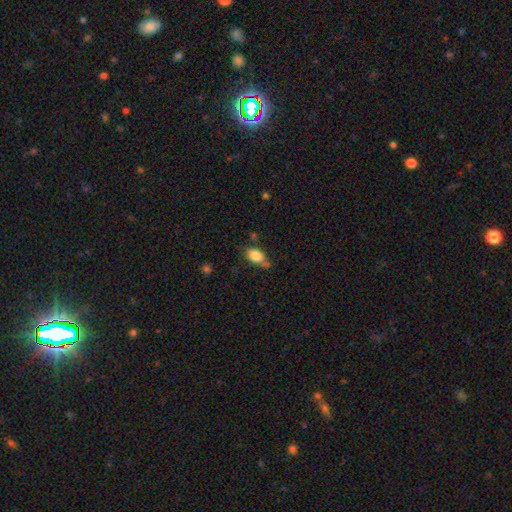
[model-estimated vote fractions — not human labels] Smooth or featured?
  - smooth: 83% *
  - featured or disk: 9%
  - star or artifact: 8%
How rounded?
  - in between: 85% *
  - round: 12%
  - cigar-shaped: 3%
Merging?
  - none: 60% *
  - minor disturbance: 25%
  - merger: 9%
  - major disturbance: 7%